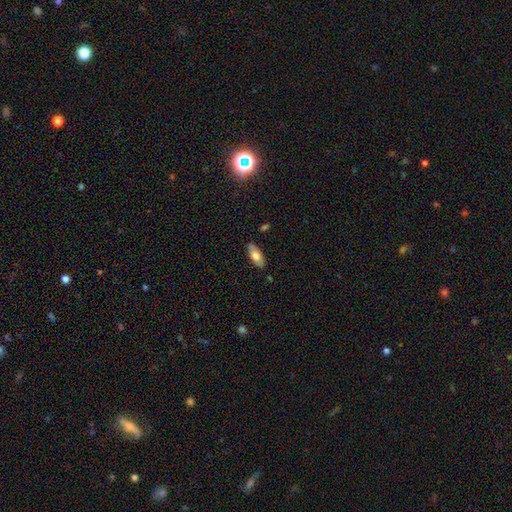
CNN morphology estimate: Smooth or featured? Predicted: smooth (p=0.69). How rounded? Predicted: in between (p=0.87). Merging? Predicted: none (p=0.86).